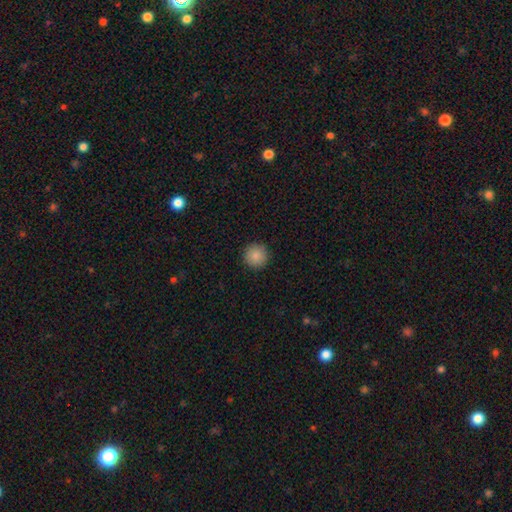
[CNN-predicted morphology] Smooth or featured? smooth (87%)
How rounded? round (96%)
Merging? none (92%)